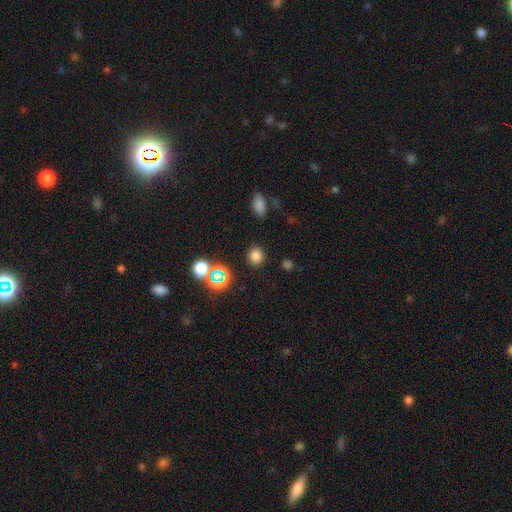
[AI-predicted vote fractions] smooth_or_featured: smooth (p=0.76) [alt: star or artifact p=0.19]
how_rounded: round (p=0.83) [alt: in between p=0.15]
merging: none (p=0.87) [alt: minor disturbance p=0.07]